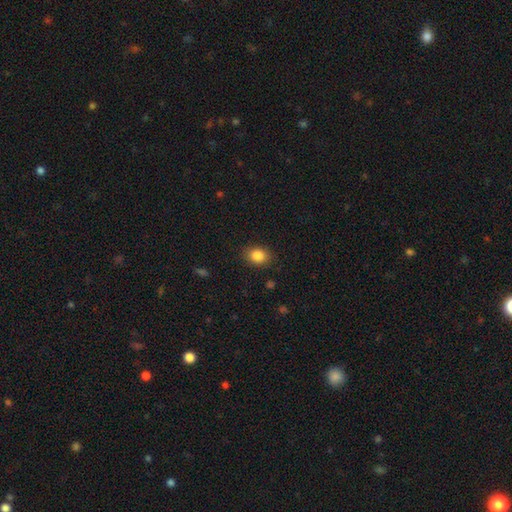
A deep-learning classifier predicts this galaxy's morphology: Smooth or featured: smooth — 85% (star or artifact — 10%)
How rounded: in between — 61% (round — 38%)
Merging: none — 87% (minor disturbance — 9%)